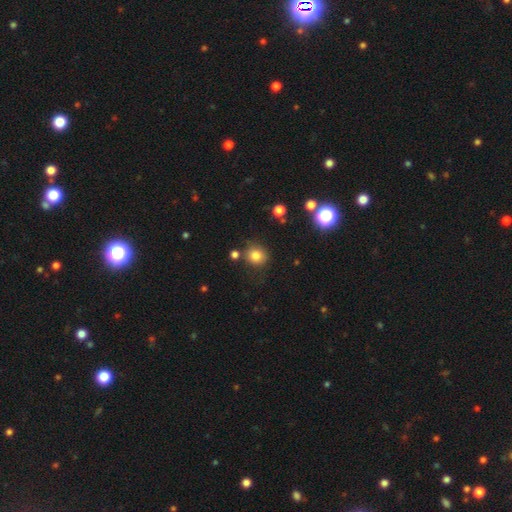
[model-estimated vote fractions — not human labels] This appears to be a smooth galaxy with no disk features (81%) that is round (86%). Merging: none (79%).